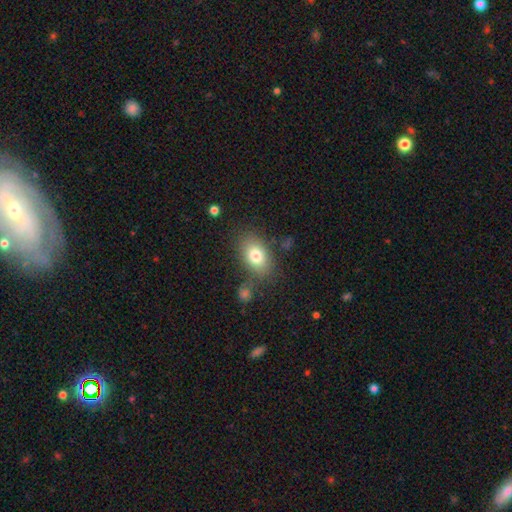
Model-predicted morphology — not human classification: Smooth or featured: smooth — 79% (featured or disk — 12%)
How rounded: in between — 82% (round — 16%)
Merging: none — 74% (minor disturbance — 14%)